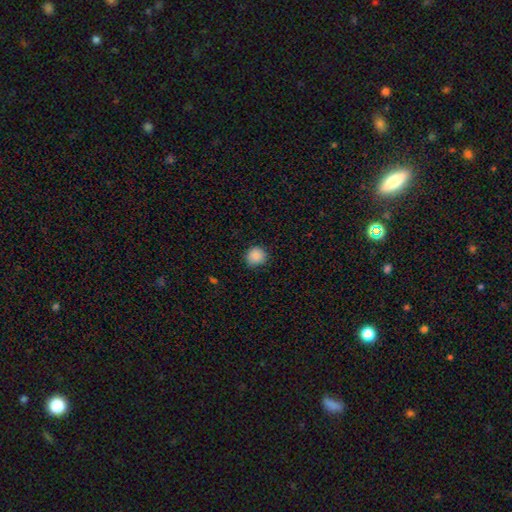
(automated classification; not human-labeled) smooth 86%, star or artifact 10%, featured or disk 4%. Down the decision tree: how rounded — round (90%); merging — none (84%).